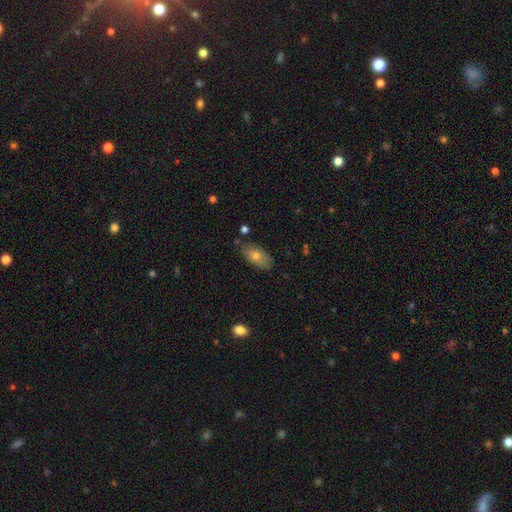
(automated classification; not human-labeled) A smooth galaxy with no disk features (68%) that is in between round and cigar-shaped (86%). Merging: none (74%).